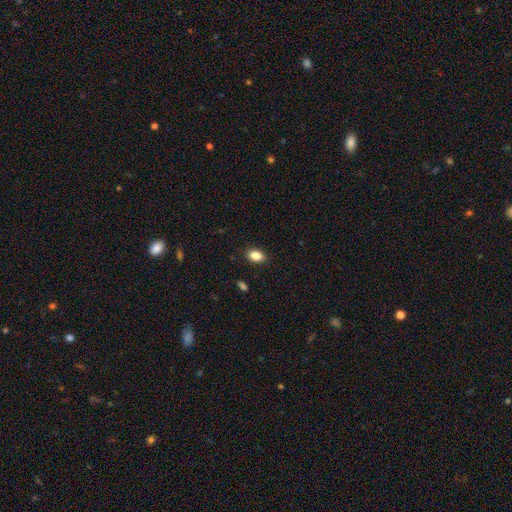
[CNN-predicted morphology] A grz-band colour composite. It shows a smooth galaxy with no disk features (86%) that is in between round and cigar-shaped (82%). Merging: none (88%).